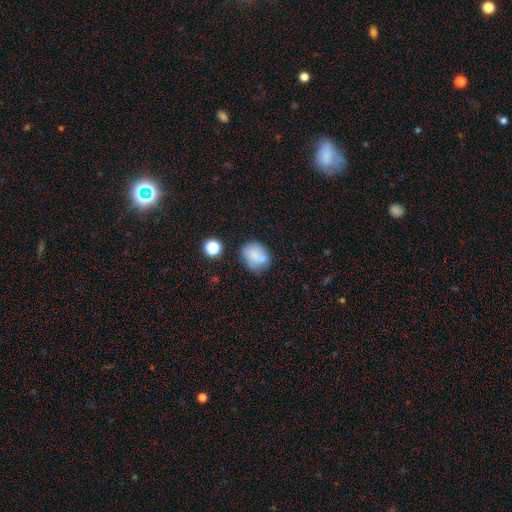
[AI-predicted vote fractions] Smooth or featured: smooth — 72% (featured or disk — 17%)
How rounded: in between — 51% (round — 48%)
Merging: none — 55% (minor disturbance — 23%)